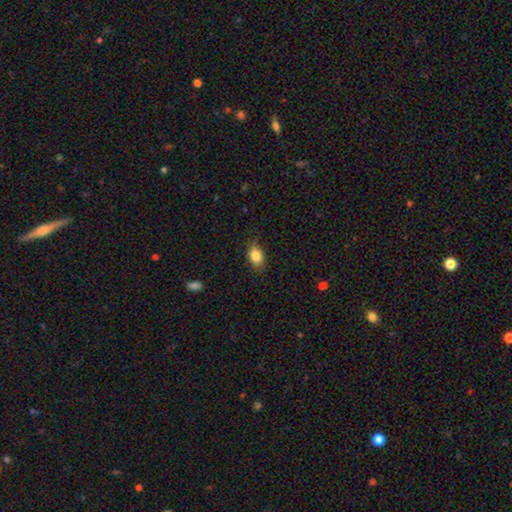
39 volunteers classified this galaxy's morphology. A smooth galaxy with no disk features (82%) that is in between round and cigar-shaped (84%). Merging: none (74%).